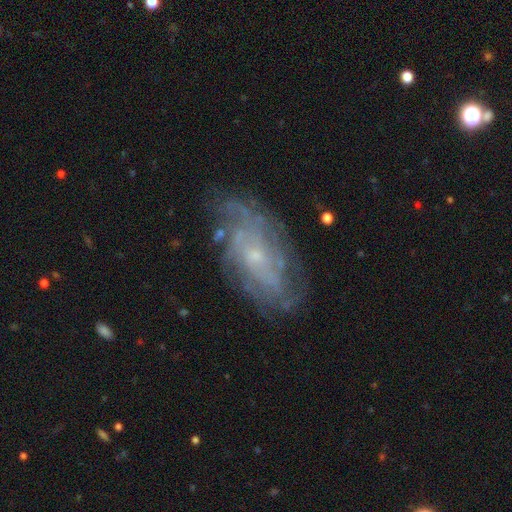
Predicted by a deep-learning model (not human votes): Morphology: type=featured or disk (80%); edge-on=no (93%); bar=no (73%); spiral arms=yes (88%); winding=tight (56%); arm count=can't tell (50%); bulge=small (76%); merging=none (74%).